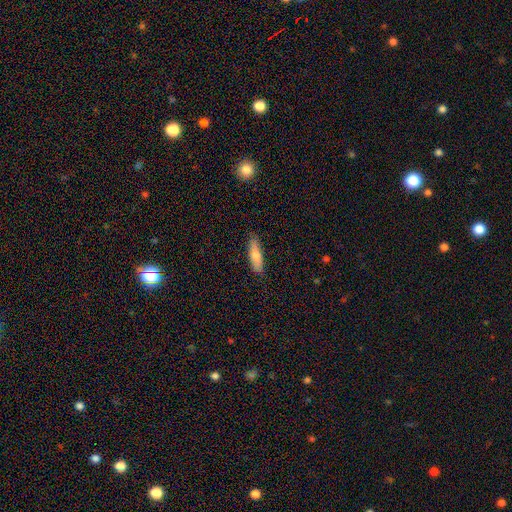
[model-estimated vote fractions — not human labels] Overall: smooth (73%). How rounded: cigar-shaped (66%; in between 32%). Merging: none (83%).